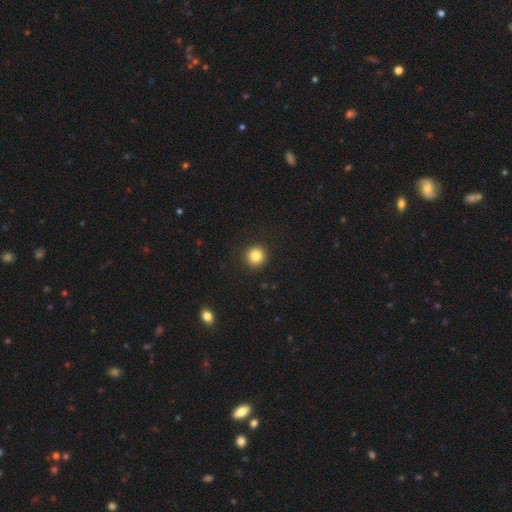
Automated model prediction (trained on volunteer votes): This is clearly a smooth galaxy (84%). How rounded: clearly round (95%). Merging: clearly none (92%).